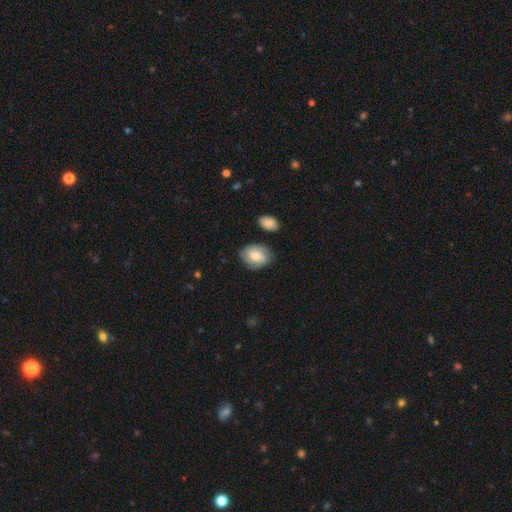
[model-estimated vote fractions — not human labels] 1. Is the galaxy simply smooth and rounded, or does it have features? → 55% smooth, 38% featured or disk, 7% star or artifact.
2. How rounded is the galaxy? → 64% in between, 35% round, 1% cigar-shaped.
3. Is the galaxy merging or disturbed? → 75% none, 18% minor disturbance, 4% major disturbance, 3% merger.